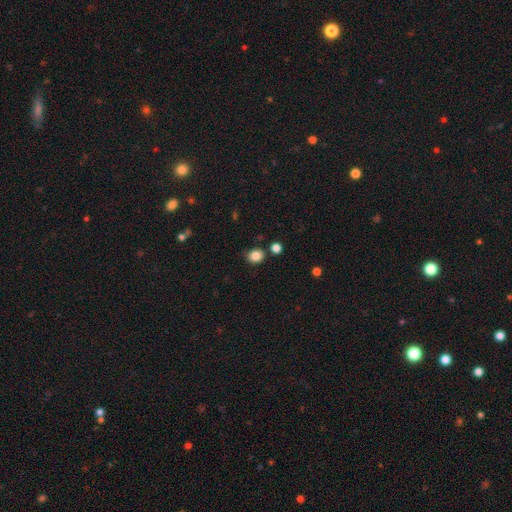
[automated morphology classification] This appears to be a smooth galaxy with no disk features (85%) that is round (73%). Merging: none (77%).